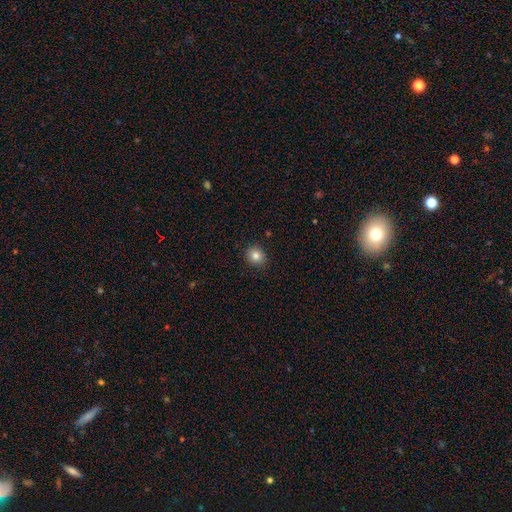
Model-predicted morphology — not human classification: Smooth or featured? Predicted: smooth (p=0.83). How rounded? Predicted: round (p=0.81). Merging? Predicted: none (p=0.91).